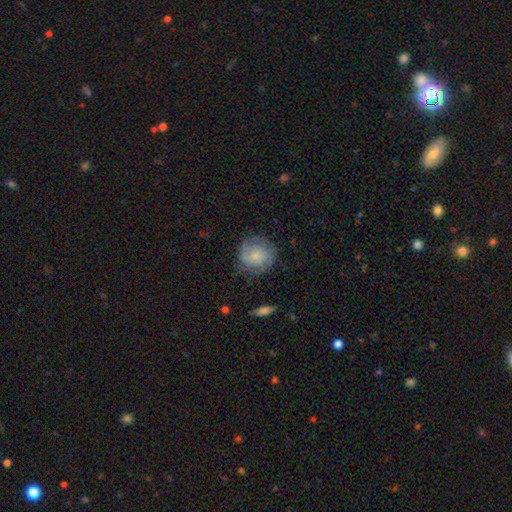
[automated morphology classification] The model was most divided on "smooth or featured": smooth: 53%, featured or disk: 40%, star or artifact: 8%. More confident: how rounded — round (84%); merging — none (68%).